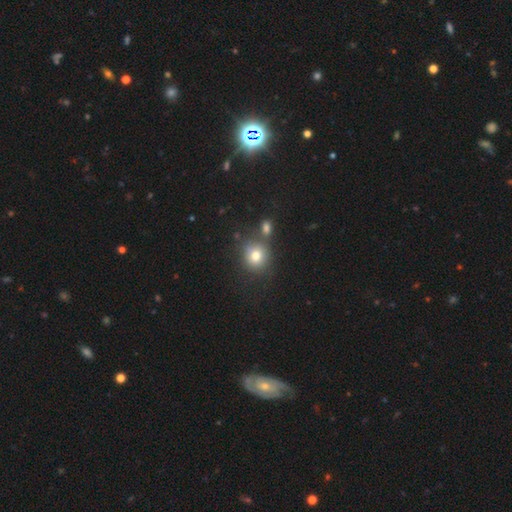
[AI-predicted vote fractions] smooth-or-featured: smooth: 78% | star or artifact: 12% | featured or disk: 10%
  how-rounded: round: 84% | in between: 15% | cigar-shaped: 1%
  merging: none: 65% | merger: 20% | minor disturbance: 11% | major disturbance: 4%